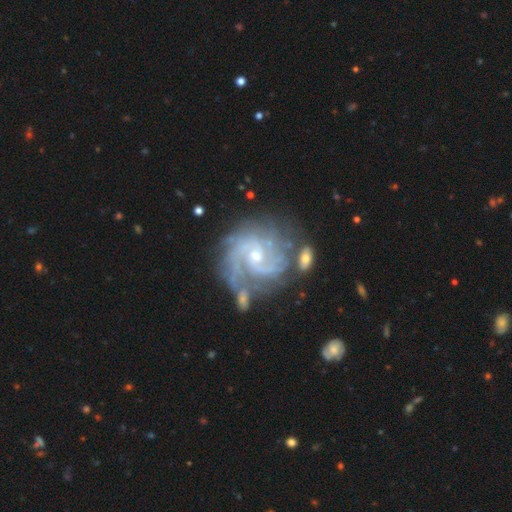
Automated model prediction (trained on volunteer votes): Q: Smooth or featured?
A: featured or disk (90%); runner-up: star or artifact (5%)
Q: Edge-on disk?
A: no (98%); runner-up: yes (2%)
Q: Bar?
A: no (61%); runner-up: weak (32%)
Q: Spiral arms?
A: yes (98%); runner-up: no (2%)
Q: Spiral winding?
A: tight (57%); runner-up: medium (36%)
Q: Spiral arm count?
A: 2 (38%); runner-up: 3 (23%)
Q: Bulge size?
A: small (58%); runner-up: moderate (38%)
Q: Merging?
A: none (54%); runner-up: minor disturbance (21%)